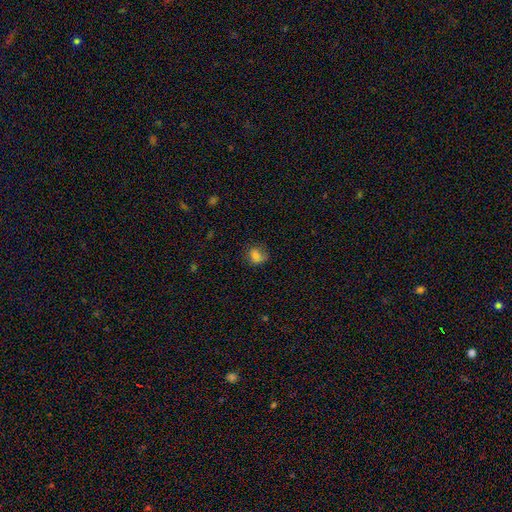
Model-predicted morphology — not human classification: smooth-or-featured: smooth: 75% | star or artifact: 13% | featured or disk: 13%
  how-rounded: round: 59% | in between: 40% | cigar-shaped: 1%
  merging: none: 57% | minor disturbance: 27% | major disturbance: 12% | merger: 4%